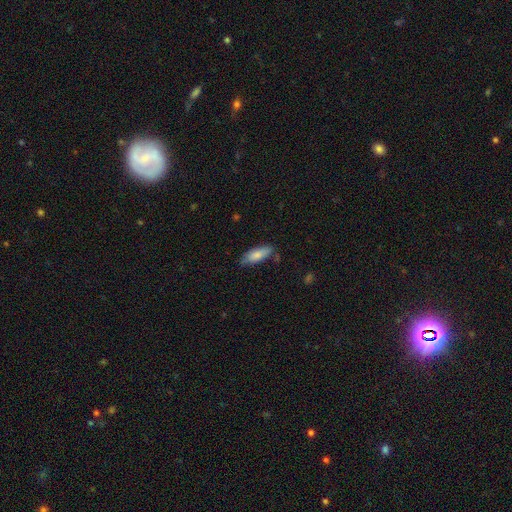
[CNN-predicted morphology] Smooth or featured?
  - smooth: 80% *
  - featured or disk: 14%
  - star or artifact: 6%
How rounded?
  - in between: 64% *
  - cigar-shaped: 35%
  - round: 2%
Merging?
  - none: 74% *
  - minor disturbance: 20%
  - major disturbance: 3%
  - merger: 3%